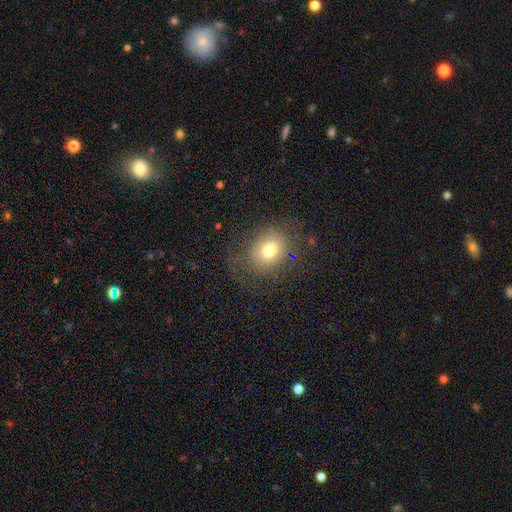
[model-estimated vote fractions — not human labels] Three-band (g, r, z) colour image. It shows a smooth galaxy with no disk features (63%) that is round (57%). Merging: none (79%).